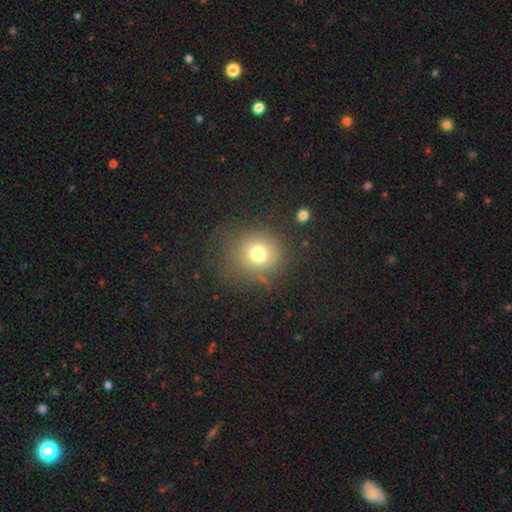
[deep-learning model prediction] This appears to be a smooth galaxy with no disk features (73%) that is round (87%). Merging: none (78%).